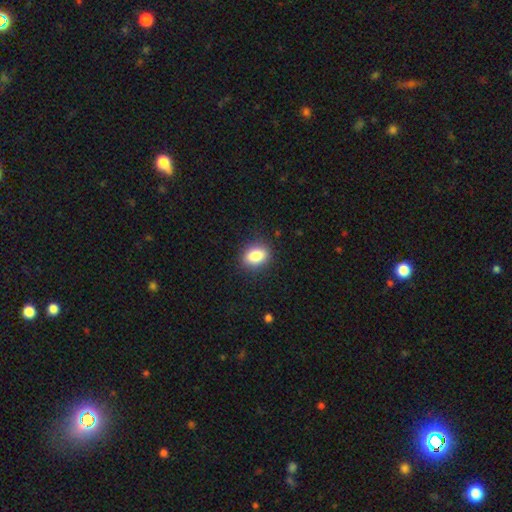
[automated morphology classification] Q: Smooth or featured?
A: smooth (85%); runner-up: star or artifact (9%)
Q: How rounded?
A: in between (70%); runner-up: round (28%)
Q: Merging?
A: none (87%); runner-up: minor disturbance (9%)